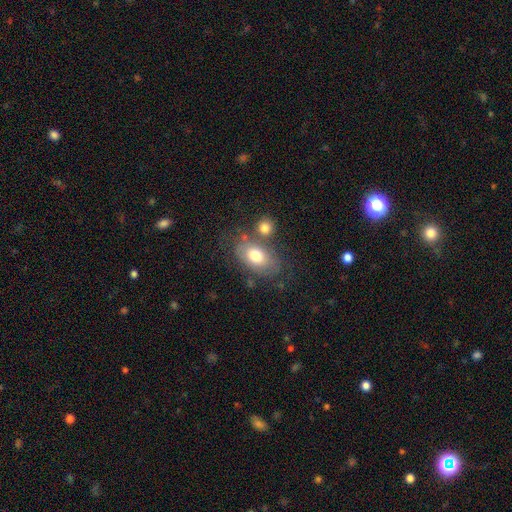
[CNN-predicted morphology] Smooth or featured?
  - smooth: 67% *
  - featured or disk: 26%
  - star or artifact: 8%
How rounded?
  - in between: 87% *
  - round: 11%
  - cigar-shaped: 2%
Merging?
  - none: 58% *
  - minor disturbance: 18%
  - merger: 16%
  - major disturbance: 8%